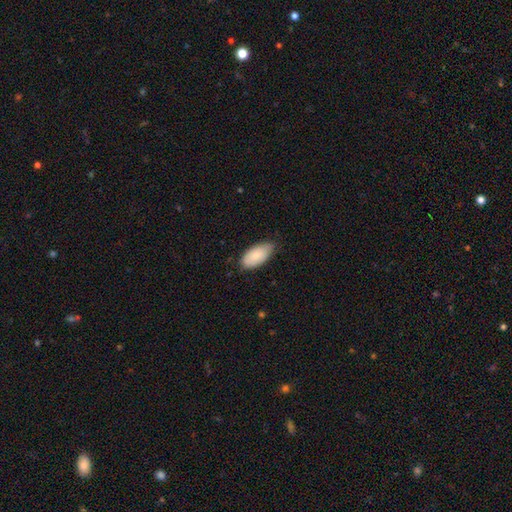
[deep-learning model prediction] Smooth or featured: smooth — 83% (featured or disk — 11%)
How rounded: in between — 95% (cigar-shaped — 3%)
Merging: none — 71% (minor disturbance — 25%)